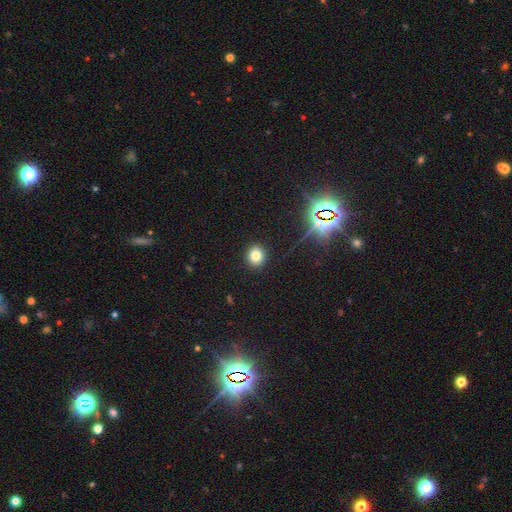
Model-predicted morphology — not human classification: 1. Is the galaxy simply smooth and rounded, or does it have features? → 78% smooth, 15% star or artifact, 7% featured or disk.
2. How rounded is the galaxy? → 81% round, 18% in between, 1% cigar-shaped.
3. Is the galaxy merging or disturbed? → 91% none, 6% minor disturbance, 2% major disturbance, 1% merger.